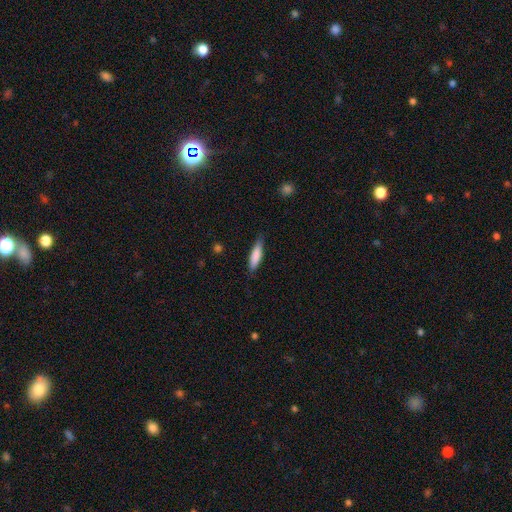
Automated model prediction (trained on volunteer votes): Smooth or featured?
  - smooth: 82% *
  - featured or disk: 12%
  - star or artifact: 6%
How rounded?
  - cigar-shaped: 72% *
  - in between: 26%
  - round: 1%
Merging?
  - none: 80% *
  - minor disturbance: 16%
  - major disturbance: 3%
  - merger: 1%